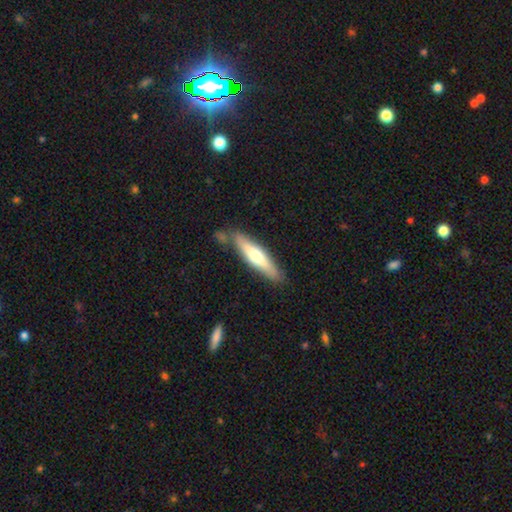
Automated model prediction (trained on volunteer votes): Q: Smooth or featured?
A: smooth (53%); runner-up: featured or disk (42%)
Q: How rounded?
A: cigar-shaped (80%); runner-up: in between (18%)
Q: Merging?
A: none (76%); runner-up: minor disturbance (14%)